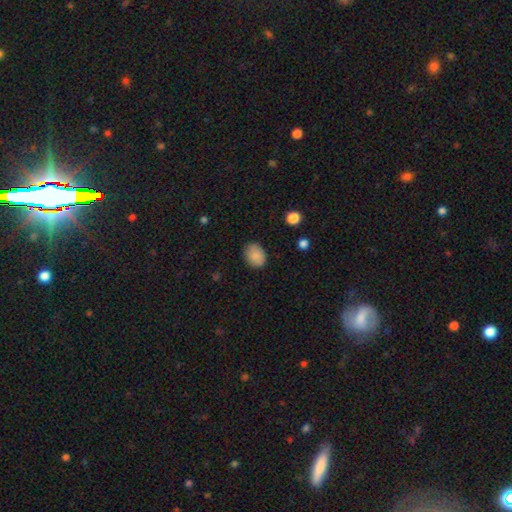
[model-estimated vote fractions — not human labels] A smooth galaxy with no disk features (88%) that is in between round and cigar-shaped (63%). Merging: none (82%).